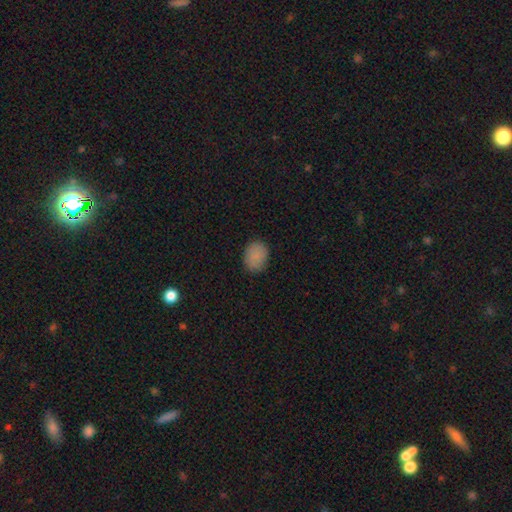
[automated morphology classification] The model was most divided on "how rounded": in between: 58%, round: 42%, cigar-shaped: 1%. More confident: smooth or featured — smooth (86%); merging — none (84%).